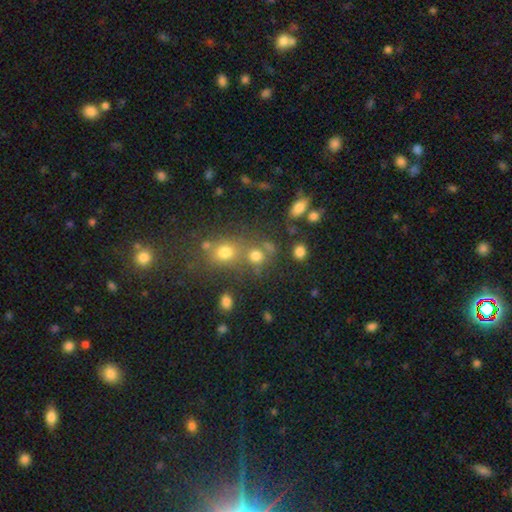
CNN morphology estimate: A smooth galaxy with no disk features (73%) that is round (78%). Merging: none (55%).